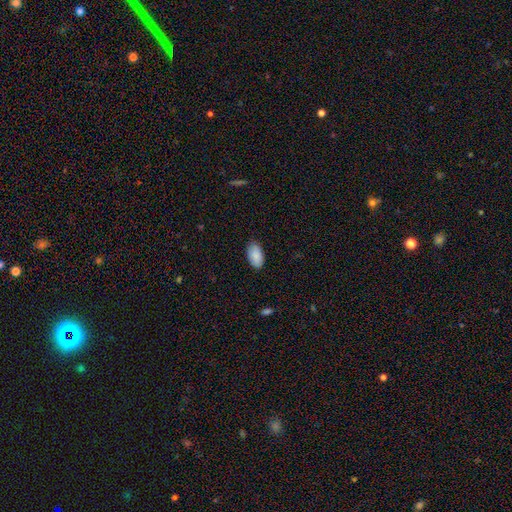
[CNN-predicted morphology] Smooth or featured? Predicted: smooth (p=0.89). How rounded? Predicted: in between (p=0.95). Merging? Predicted: none (p=0.83).